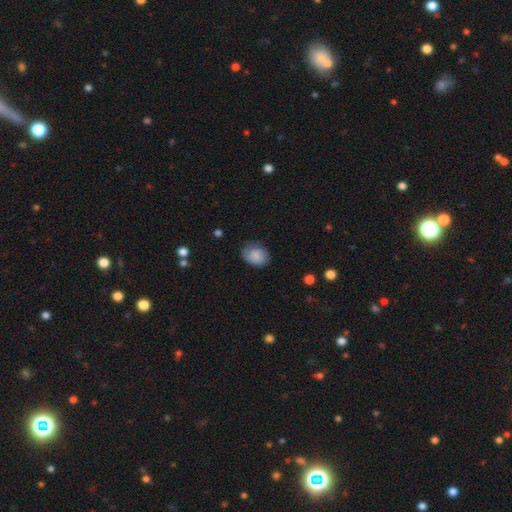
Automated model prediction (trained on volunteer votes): Smooth or featured? smooth (81%)
How rounded? in between (68%)
Merging? none (67%)